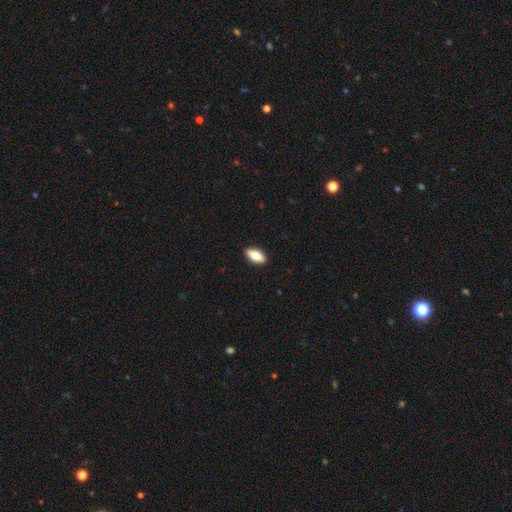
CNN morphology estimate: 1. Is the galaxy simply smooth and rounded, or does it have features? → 73% smooth, 20% featured or disk, 6% star or artifact.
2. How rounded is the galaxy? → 87% in between, 10% cigar-shaped, 3% round.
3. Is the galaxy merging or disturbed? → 90% none, 7% minor disturbance, 2% major disturbance, 1% merger.